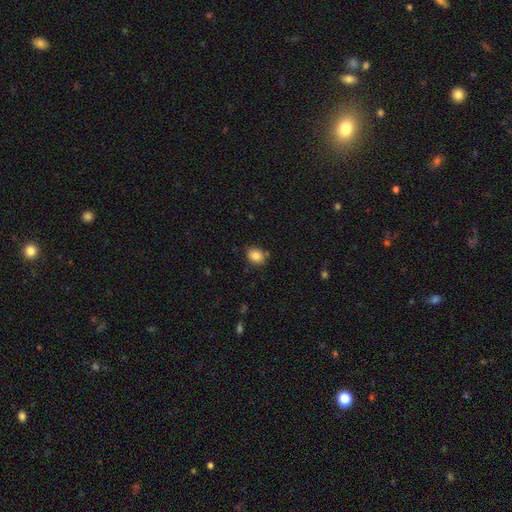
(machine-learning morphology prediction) Smooth or featured?
  - smooth: 86% *
  - star or artifact: 9%
  - featured or disk: 5%
How rounded?
  - in between: 57% *
  - round: 42%
  - cigar-shaped: 1%
Merging?
  - none: 80% *
  - minor disturbance: 13%
  - merger: 4%
  - major disturbance: 3%